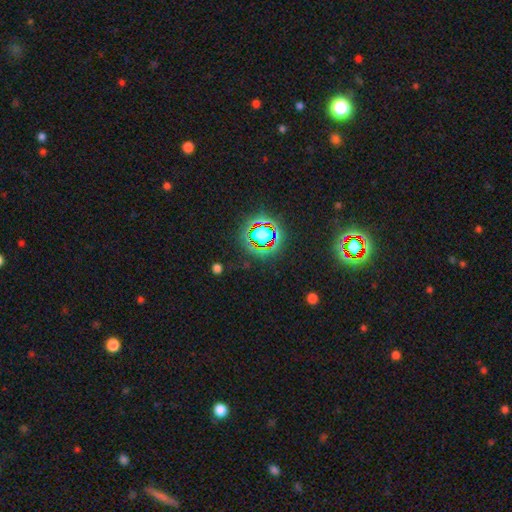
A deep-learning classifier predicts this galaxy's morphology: A star or artifact, not a galaxy (81%).

Vote fractions:
- Smooth or featured? star or artifact: 81% / smooth: 11% / featured or disk: 8%